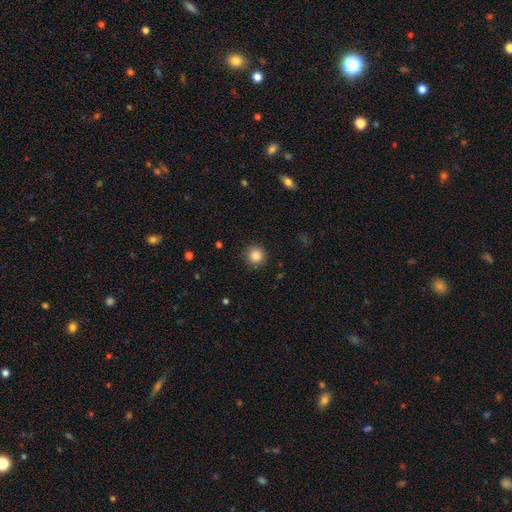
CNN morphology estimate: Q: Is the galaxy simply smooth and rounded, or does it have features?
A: smooth — 86%.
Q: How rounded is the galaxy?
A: round — 94%.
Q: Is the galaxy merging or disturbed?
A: none — 90%.